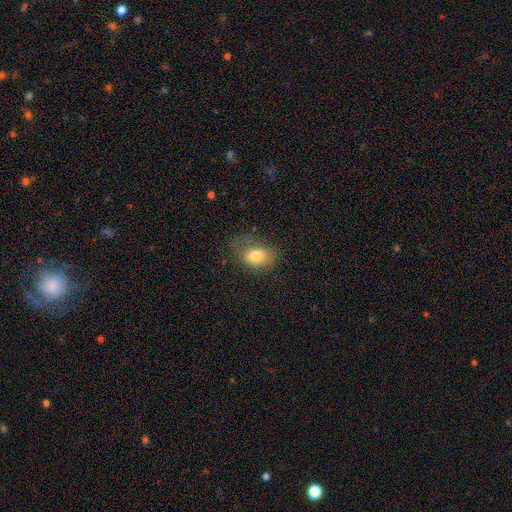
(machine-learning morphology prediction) Smooth or featured?
  - smooth: 78% *
  - featured or disk: 13%
  - star or artifact: 9%
How rounded?
  - in between: 81% *
  - round: 18%
  - cigar-shaped: 1%
Merging?
  - none: 44% *
  - minor disturbance: 30%
  - major disturbance: 23%
  - merger: 2%